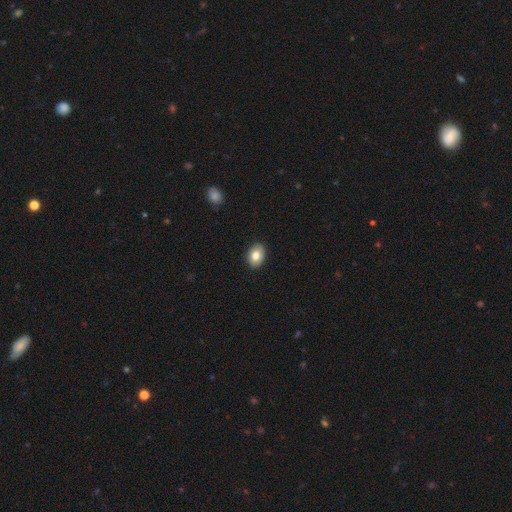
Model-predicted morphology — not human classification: Smooth or featured?
  - smooth: 80% *
  - featured or disk: 12%
  - star or artifact: 8%
How rounded?
  - in between: 78% *
  - round: 21%
  - cigar-shaped: 1%
Merging?
  - none: 90% *
  - minor disturbance: 8%
  - major disturbance: 2%
  - merger: 1%